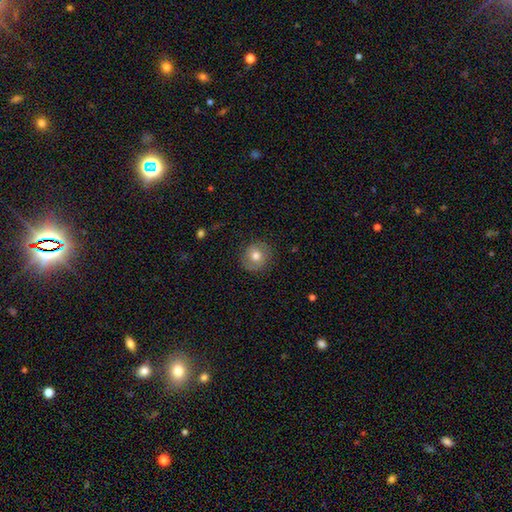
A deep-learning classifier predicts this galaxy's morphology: Smooth or featured? smooth (72%)
How rounded? round (90%)
Merging? none (85%)